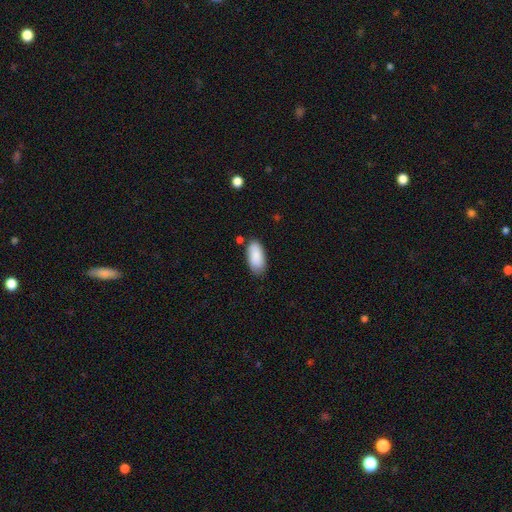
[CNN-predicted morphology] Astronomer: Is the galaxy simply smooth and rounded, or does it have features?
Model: smooth — 88%.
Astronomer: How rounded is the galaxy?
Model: in between — 91%.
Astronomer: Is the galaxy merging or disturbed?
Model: none — 75%.